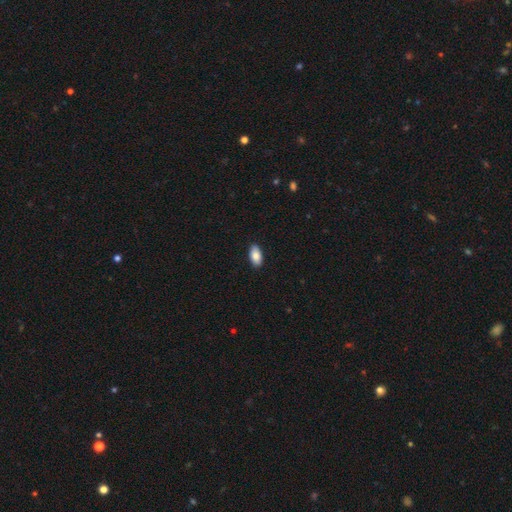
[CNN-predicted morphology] type=smooth (86%); roundness=in between (94%); merging=none (90%).